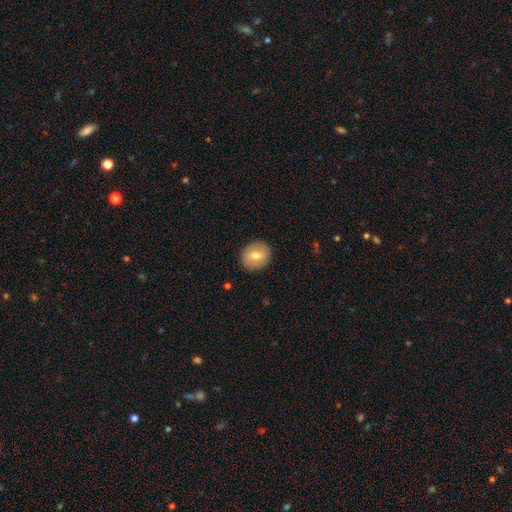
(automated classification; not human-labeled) Morphology: type=smooth (63%); roundness=round (75%); merging=none (89%).